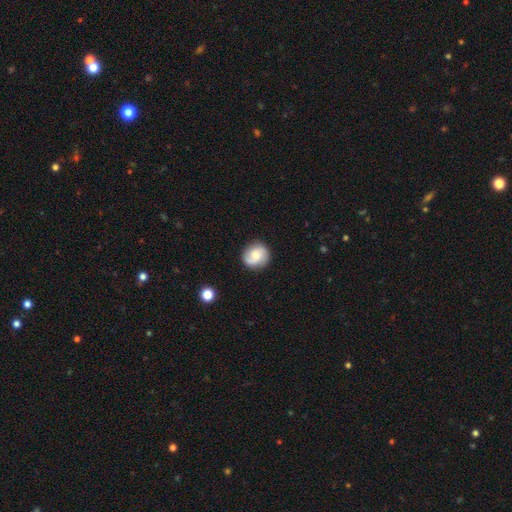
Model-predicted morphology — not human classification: Smooth or featured?
  - smooth: 48% *
  - featured or disk: 44%
  - star or artifact: 8%
Merging?
  - none: 82% *
  - minor disturbance: 13%
  - major disturbance: 4%
  - merger: 1%